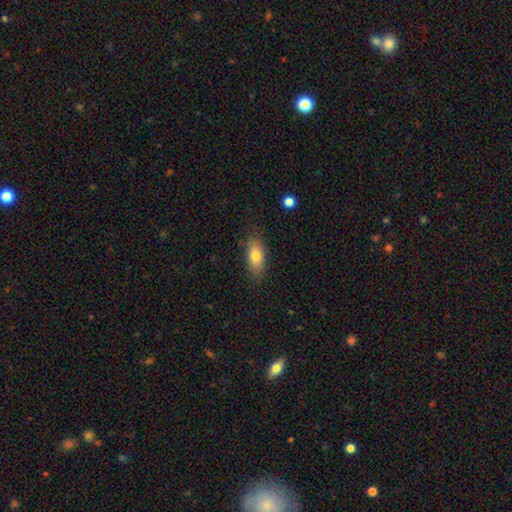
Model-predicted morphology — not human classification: This is likely a smooth galaxy (77%). How rounded: clearly in between (83%). Merging: clearly none (83%).